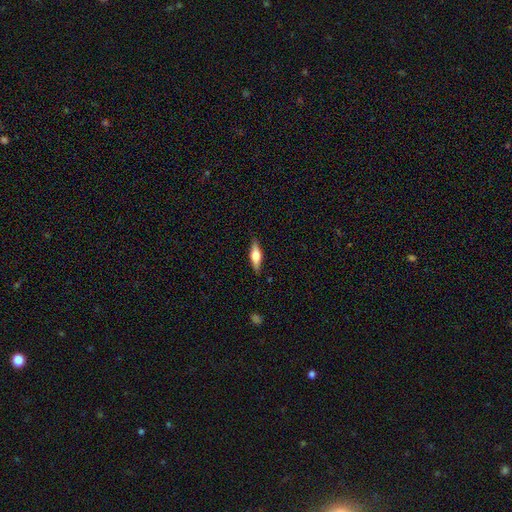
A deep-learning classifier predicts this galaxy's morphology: A featured or disk galaxy (47%). Merging: none (87%).